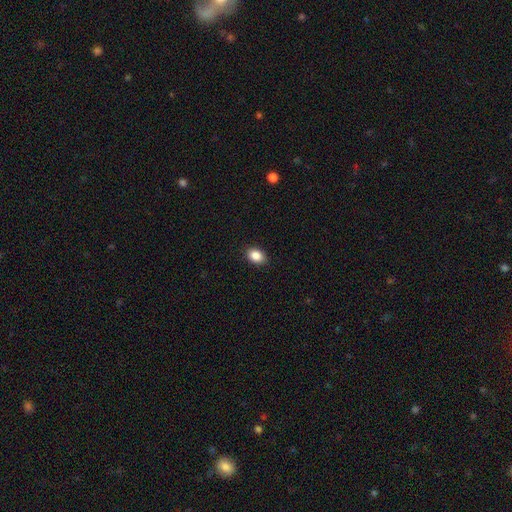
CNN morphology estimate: type=smooth (88%); roundness=in between (78%); merging=none (89%).